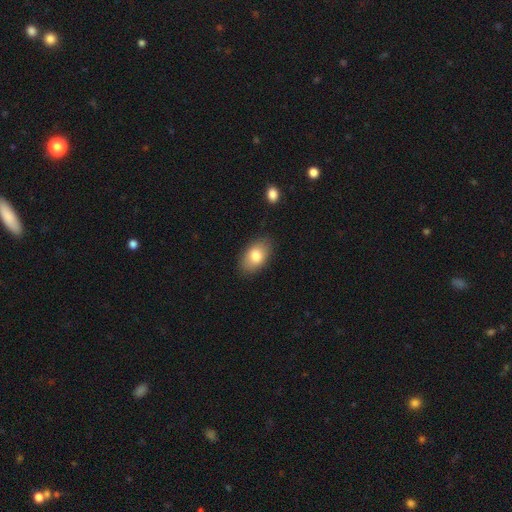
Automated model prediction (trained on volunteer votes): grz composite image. It shows a smooth galaxy with no disk features (81%) that is in between round and cigar-shaped (91%). Merging: none (85%).